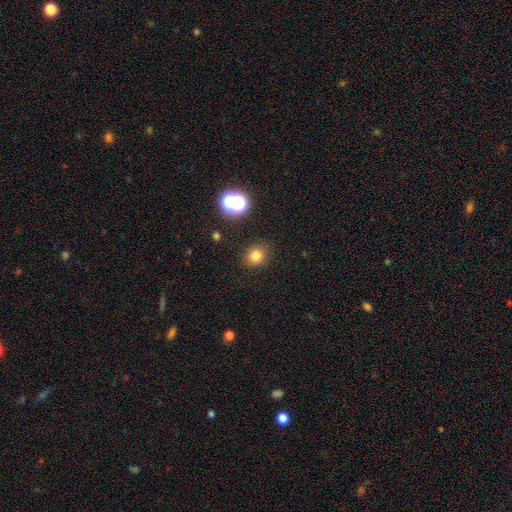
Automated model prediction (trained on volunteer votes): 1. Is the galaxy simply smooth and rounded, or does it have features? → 78% smooth, 16% star or artifact, 6% featured or disk.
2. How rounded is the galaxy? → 84% round, 15% in between, 1% cigar-shaped.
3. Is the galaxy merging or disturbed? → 87% none, 8% minor disturbance, 3% major disturbance, 2% merger.